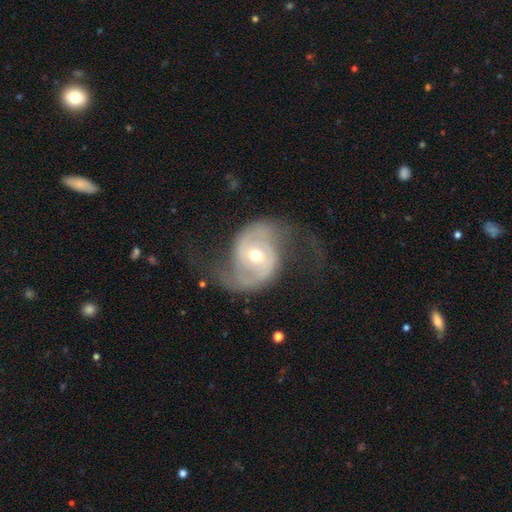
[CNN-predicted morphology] Smooth or featured? featured or disk (89%)
Edge-on disk? no (97%)
Bar? no (51%)
Spiral arms? yes (97%)
Spiral winding? medium (45%)
Spiral arm count? 2 (93%)
Bulge size? moderate (56%)
Merging? none (66%)